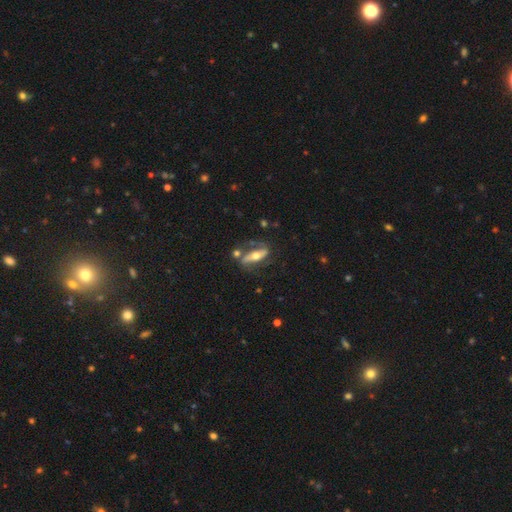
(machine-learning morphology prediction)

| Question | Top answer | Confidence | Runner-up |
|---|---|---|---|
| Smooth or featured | featured or disk | 73% | smooth (21%) |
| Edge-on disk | no | 69% | yes (31%) |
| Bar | strong | 53% | no (30%) |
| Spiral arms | yes | 78% | no (22%) |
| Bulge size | moderate | 67% | small (22%) |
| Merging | none | 60% | minor disturbance (18%) |